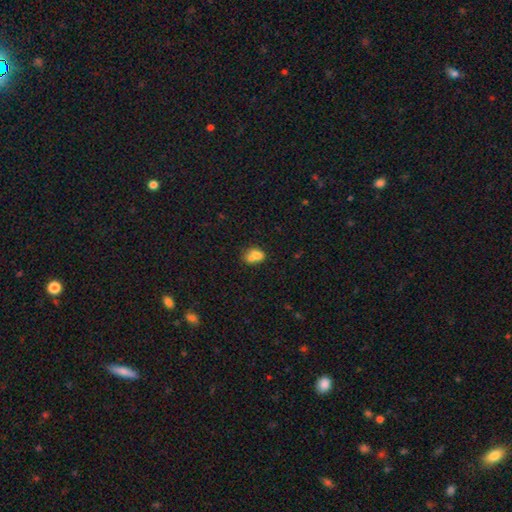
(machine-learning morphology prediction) Smooth or featured: smooth — 69% (featured or disk — 19%)
How rounded: in between — 54% (round — 44%)
Merging: merger — 59% (none — 26%)